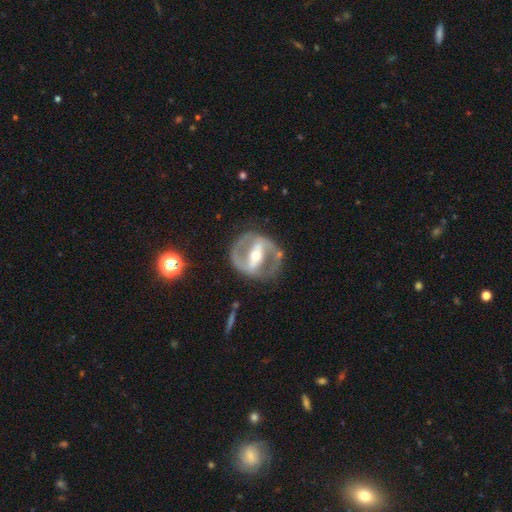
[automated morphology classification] Overall: featured or disk (85%). Edge-on disk: no (95%). Bar: strong (66%). Spiral arms: yes (74%). Spiral arm count: 2 (87%). Spiral winding: medium (49%; tight 31%). Bulge size: moderate (59%; small 35%). Merging: none (77%).